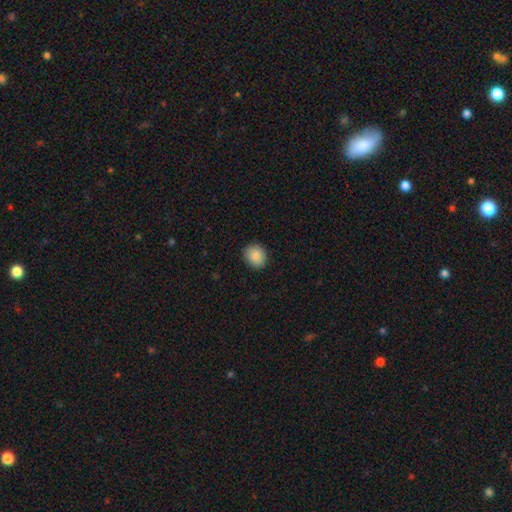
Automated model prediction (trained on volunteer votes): A smooth galaxy with no disk features (88%) that is round (71%).

Vote fractions:
- Smooth or featured? smooth: 88% / star or artifact: 8% / featured or disk: 4%
- How rounded? round: 71% / in between: 29% / cigar-shaped: 1%
- Merging? none: 89% / minor disturbance: 8% / major disturbance: 2% / merger: 1%